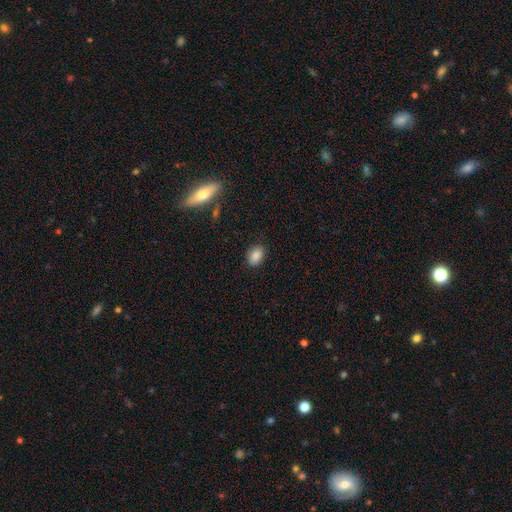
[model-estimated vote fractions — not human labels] The model was most divided on "how rounded": in between: 74%, round: 25%, cigar-shaped: 1%. More confident: smooth or featured — smooth (87%); merging — none (87%).